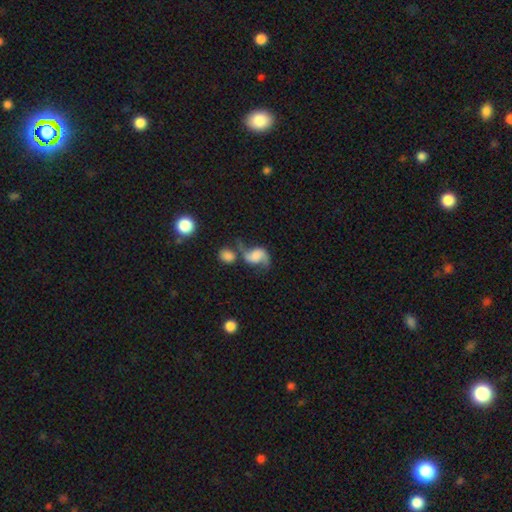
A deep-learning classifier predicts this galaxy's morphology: This is likely a featured or disk galaxy (71%). It is clearly not viewed edge-on (97%). Bar: possibly no (53%). Spiral arm pattern: clearly yes (92%). Spiral arm count: clearly 2 (88%). Spiral winding: likely loose (75%). Central bulge: marginally none (38%). Merging: marginally none (36%).